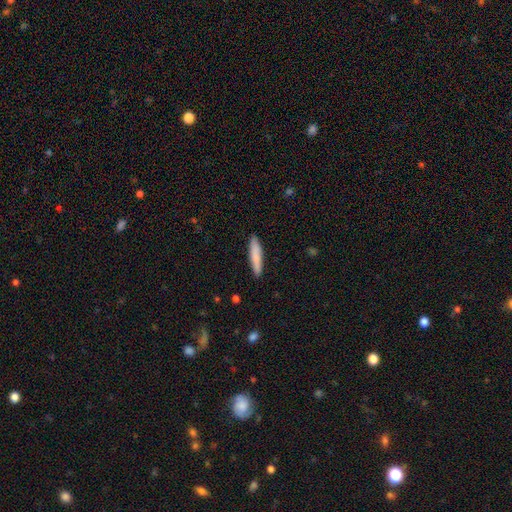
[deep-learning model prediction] Morphology: type=smooth (82%); roundness=cigar-shaped (88%); merging=none (89%).